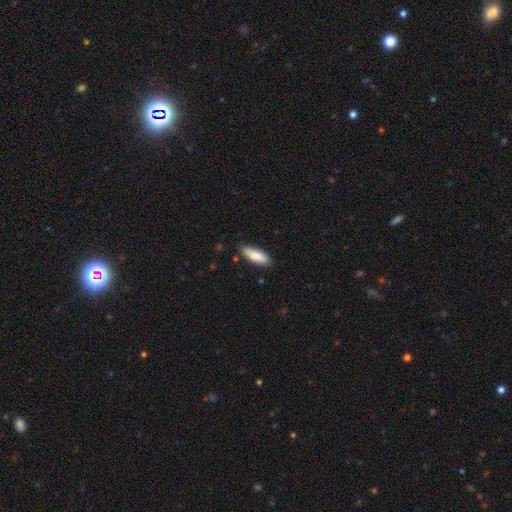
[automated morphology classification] Overall: smooth (83%). How rounded: in between (61%; cigar-shaped 37%). Merging: none (84%).